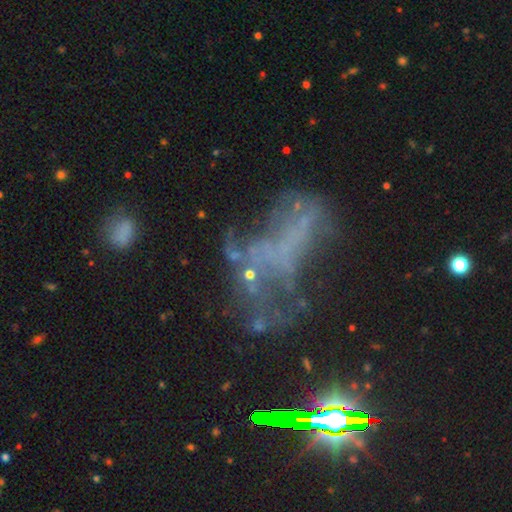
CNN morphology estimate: type=featured or disk (50%); merging=major disturbance (43%).